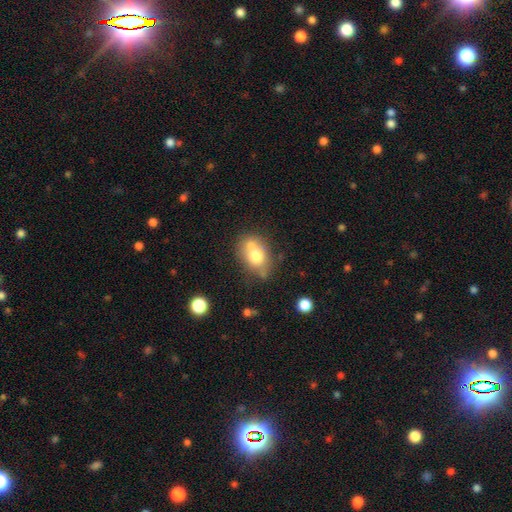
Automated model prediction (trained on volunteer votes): Smooth or featured: smooth — 68% (featured or disk — 22%)
How rounded: in between — 64% (round — 34%)
Merging: none — 45% (merger — 31%)